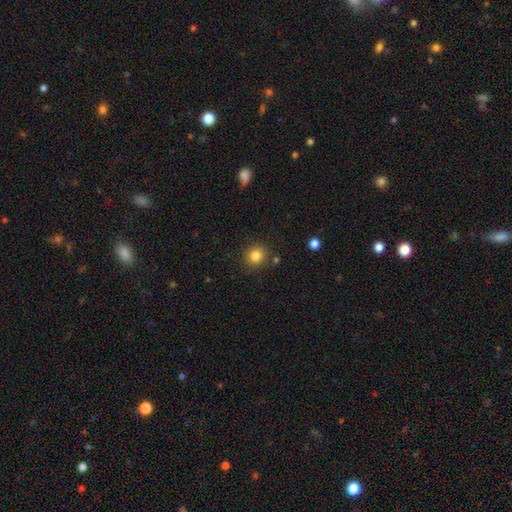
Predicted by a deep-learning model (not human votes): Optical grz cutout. It shows a smooth galaxy with no disk features (84%) that is round (88%). Merging: none (86%).